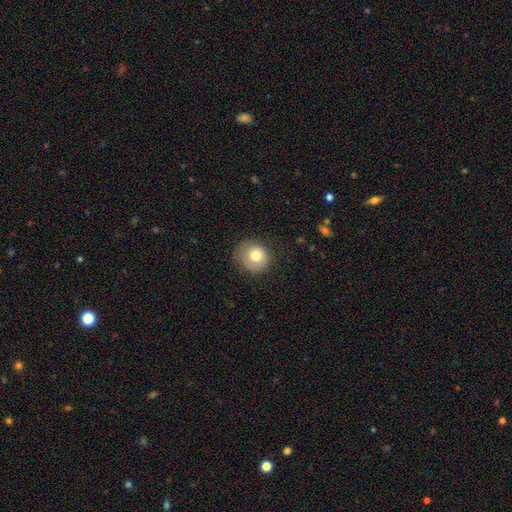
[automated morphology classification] A smooth galaxy with no disk features (79%) that is round (84%).

Vote fractions:
- Smooth or featured? smooth: 79% / featured or disk: 13% / star or artifact: 9%
- How rounded? round: 84% / in between: 15% / cigar-shaped: 1%
- Merging? none: 64% / minor disturbance: 25% / major disturbance: 10% / merger: 1%